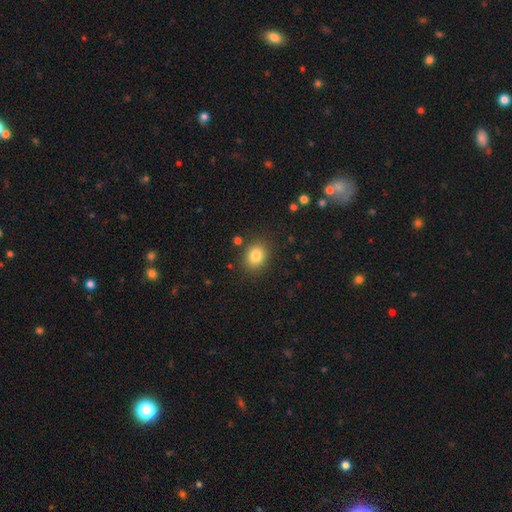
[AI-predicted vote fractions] Smooth or featured?
  - smooth: 82% *
  - star or artifact: 11%
  - featured or disk: 7%
How rounded?
  - round: 63% *
  - in between: 36%
  - cigar-shaped: 1%
Merging?
  - none: 85% *
  - minor disturbance: 9%
  - major disturbance: 3%
  - merger: 3%